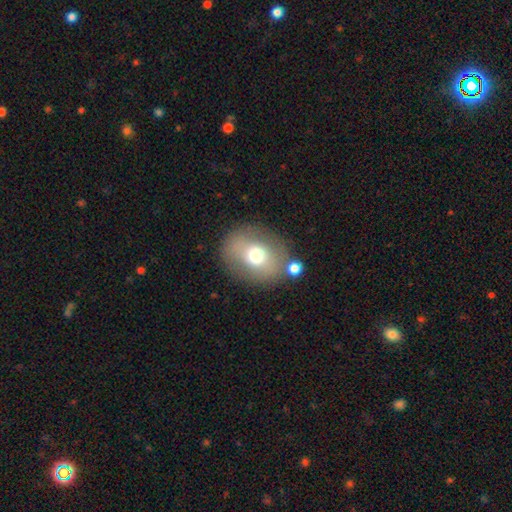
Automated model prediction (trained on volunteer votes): A smooth galaxy with no disk features (65%) that is round (51%).

Vote fractions:
- Smooth or featured? smooth: 65% / featured or disk: 24% / star or artifact: 10%
- How rounded? round: 51% / in between: 48% / cigar-shaped: 1%
- Merging? none: 73% / minor disturbance: 13% / merger: 8% / major disturbance: 6%